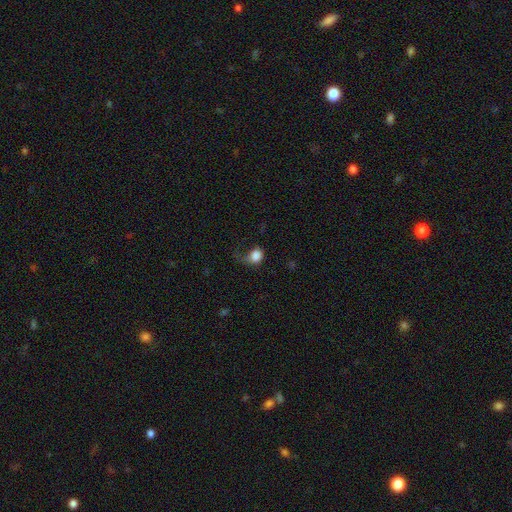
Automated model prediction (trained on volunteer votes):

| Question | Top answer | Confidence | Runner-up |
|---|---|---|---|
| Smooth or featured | smooth | 79% | featured or disk (11%) |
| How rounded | round | 62% | in between (37%) |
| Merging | major disturbance | 45% | none (28%) |